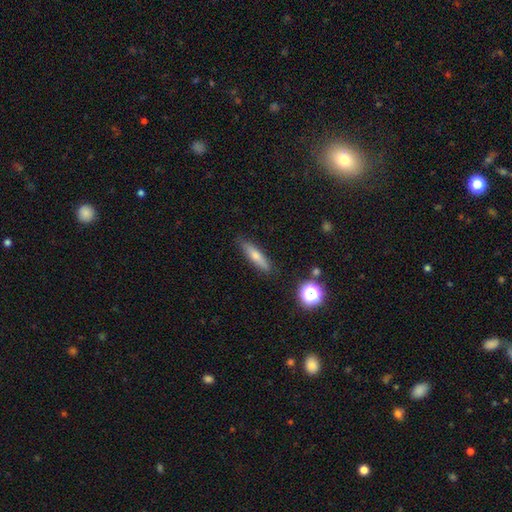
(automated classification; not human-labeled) A smooth galaxy with no disk features (63%) that is cigar-shaped (76%).

Vote fractions:
- Smooth or featured? smooth: 63% / featured or disk: 27% / star or artifact: 10%
- How rounded? cigar-shaped: 76% / in between: 21% / round: 3%
- Merging? none: 86% / minor disturbance: 10% / major disturbance: 2% / merger: 2%